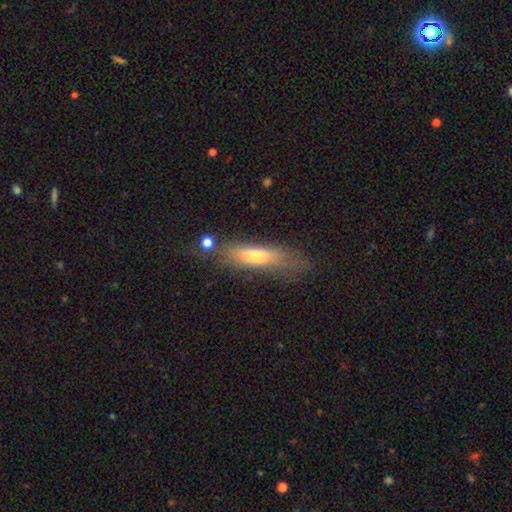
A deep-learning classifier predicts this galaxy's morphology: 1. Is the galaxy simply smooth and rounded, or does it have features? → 67% smooth, 25% featured or disk, 8% star or artifact.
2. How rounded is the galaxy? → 68% cigar-shaped, 29% in between, 2% round.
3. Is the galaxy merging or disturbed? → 55% none, 24% minor disturbance, 15% major disturbance, 6% merger.